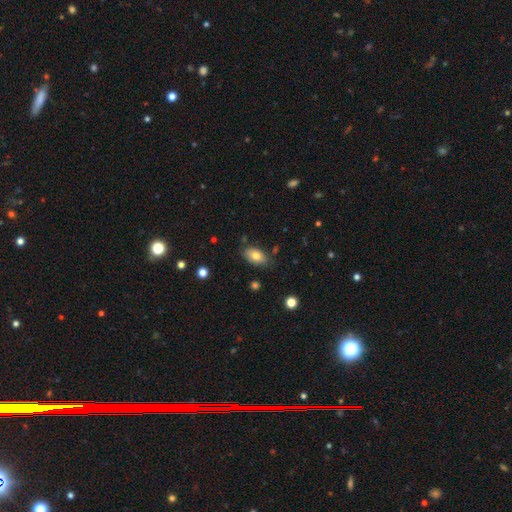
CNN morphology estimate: A smooth galaxy with no disk features (77%) that is in between round and cigar-shaped (91%). Merging: none (78%).